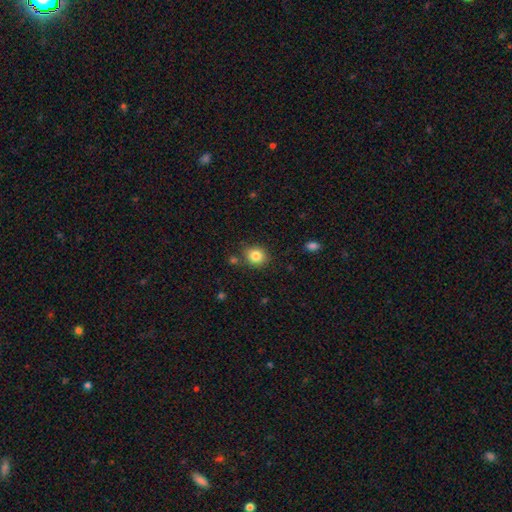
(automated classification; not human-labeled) smooth 84%, star or artifact 10%, featured or disk 6%. Down the decision tree: how rounded — round (77%); merging — none (82%).